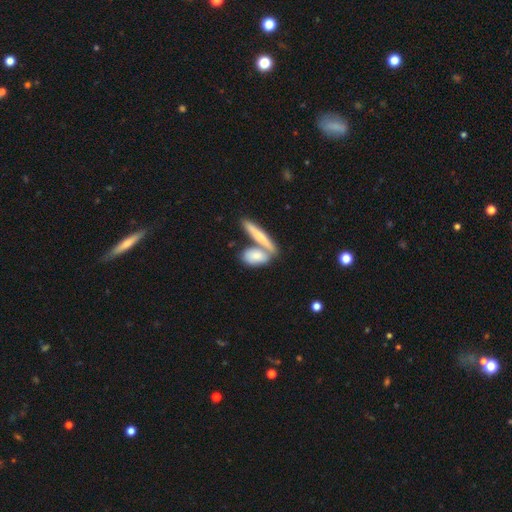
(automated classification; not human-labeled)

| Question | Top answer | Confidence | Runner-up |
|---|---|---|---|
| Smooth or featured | smooth | 72% | featured or disk (23%) |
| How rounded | in between | 58% | cigar-shaped (36%) |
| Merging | none | 44% | merger (41%) |